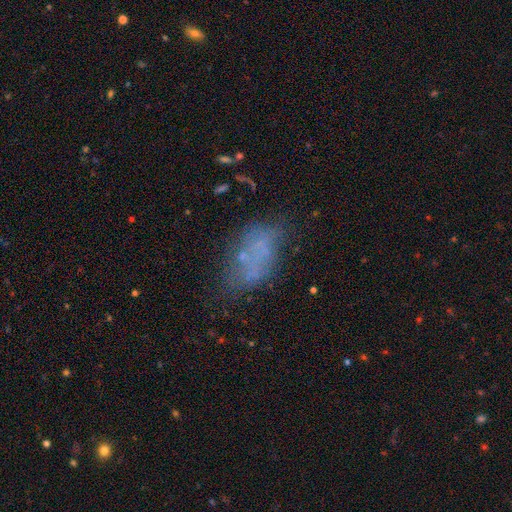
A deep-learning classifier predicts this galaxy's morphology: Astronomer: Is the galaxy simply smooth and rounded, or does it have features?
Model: smooth — 47% (runner-up: featured or disk, 36%).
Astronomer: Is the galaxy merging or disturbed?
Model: none — 48% (runner-up: minor disturbance, 23%).